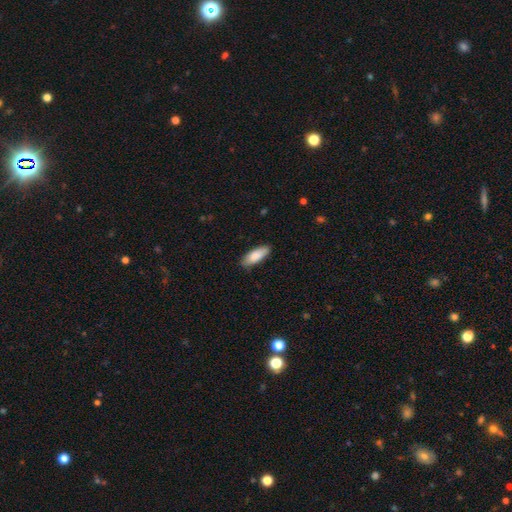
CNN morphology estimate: Q: Smooth or featured?
A: smooth (85%); runner-up: featured or disk (9%)
Q: How rounded?
A: in between (71%); runner-up: cigar-shaped (27%)
Q: Merging?
A: none (81%); runner-up: minor disturbance (15%)